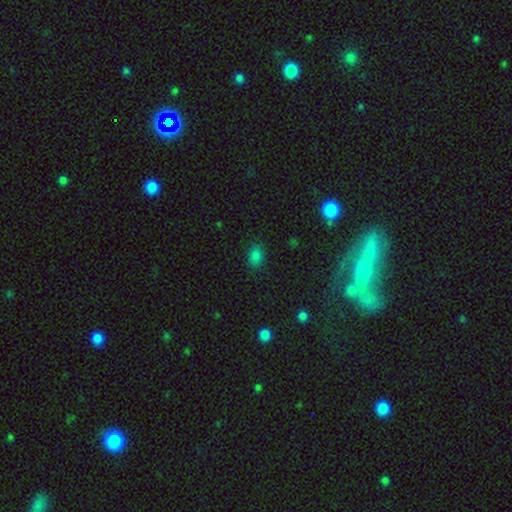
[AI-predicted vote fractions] This is clearly a smooth galaxy (80%). How rounded: likely in between (77%). Merging: clearly none (83%).